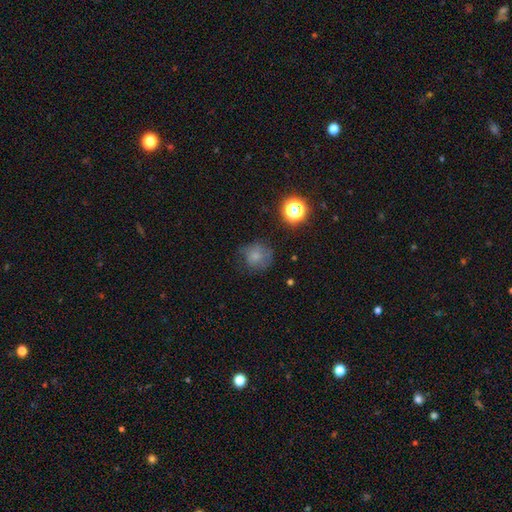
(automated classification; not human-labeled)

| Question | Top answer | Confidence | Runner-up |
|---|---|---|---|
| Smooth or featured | smooth | 73% | star or artifact (15%) |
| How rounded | round | 86% | in between (13%) |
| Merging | none | 60% | minor disturbance (26%) |